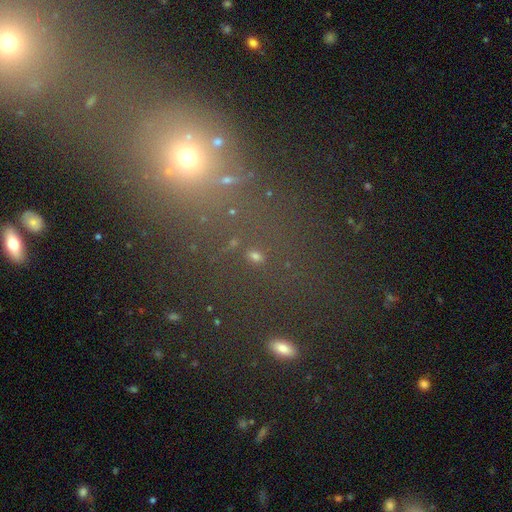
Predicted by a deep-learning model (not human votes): Q: Smooth or featured?
A: smooth (53%); runner-up: star or artifact (37%)
Q: How rounded?
A: round (66%); runner-up: in between (30%)
Q: Merging?
A: none (72%); runner-up: merger (11%)